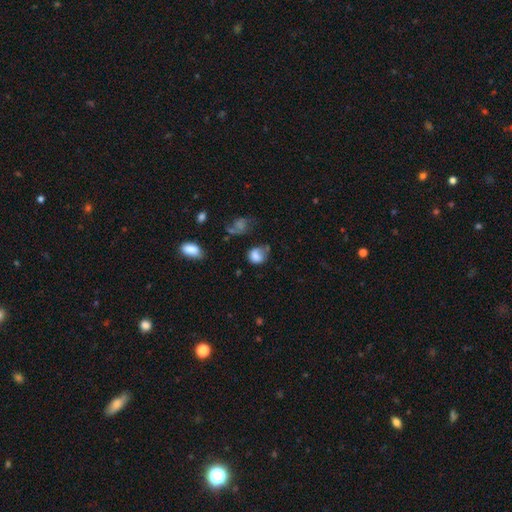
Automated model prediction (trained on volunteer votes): Smooth or featured?
  - smooth: 74% *
  - featured or disk: 14%
  - star or artifact: 11%
How rounded?
  - round: 54% *
  - in between: 45%
  - cigar-shaped: 1%
Merging?
  - none: 40% *
  - minor disturbance: 31%
  - major disturbance: 21%
  - merger: 8%